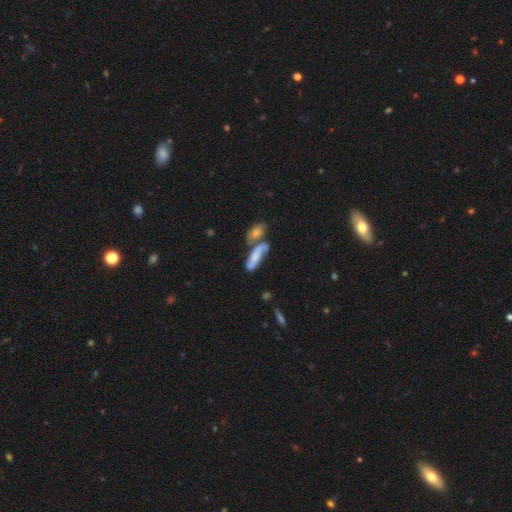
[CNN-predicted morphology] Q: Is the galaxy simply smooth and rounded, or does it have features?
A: smooth — 62%.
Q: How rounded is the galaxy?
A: in between — 55%.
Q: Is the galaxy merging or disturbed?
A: merger — 42%.